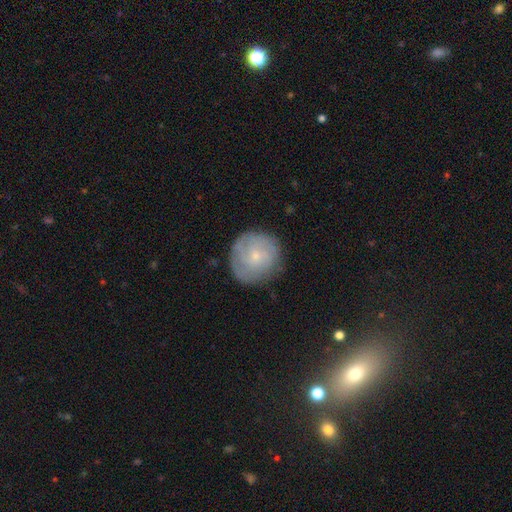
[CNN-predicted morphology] type=smooth (47%); merging=none (82%).